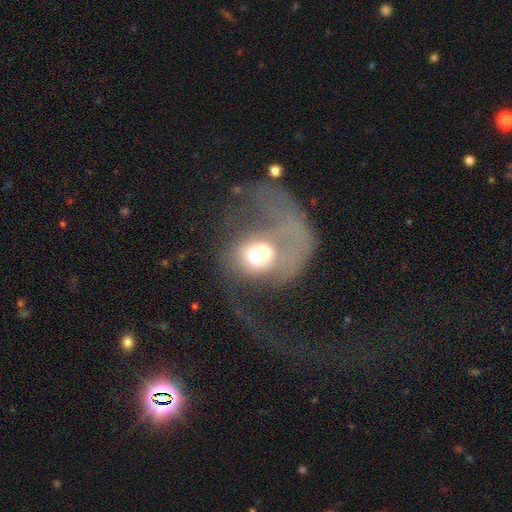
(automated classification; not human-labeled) Morphology: type=featured or disk (48%); merging=merger (57%).